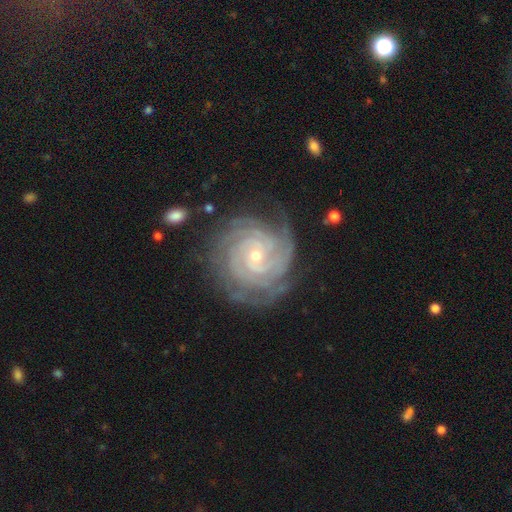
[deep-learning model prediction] Smooth or featured? Predicted: featured or disk (p=0.91). Edge-on disk? Predicted: no (p=0.98). Bar? Predicted: no (p=0.66). Spiral arms? Predicted: yes (p=0.98). Spiral winding? Predicted: tight (p=0.83). Spiral arm count? Predicted: 4 (p=0.28). Bulge size? Predicted: small (p=0.73). Merging? Predicted: none (p=0.75).